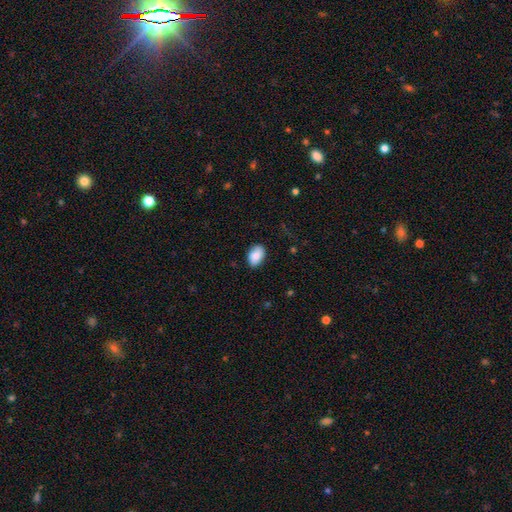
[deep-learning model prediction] smooth 85%, featured or disk 8%, star or artifact 7%. Down the decision tree: how rounded — in between (88%); merging — none (81%).